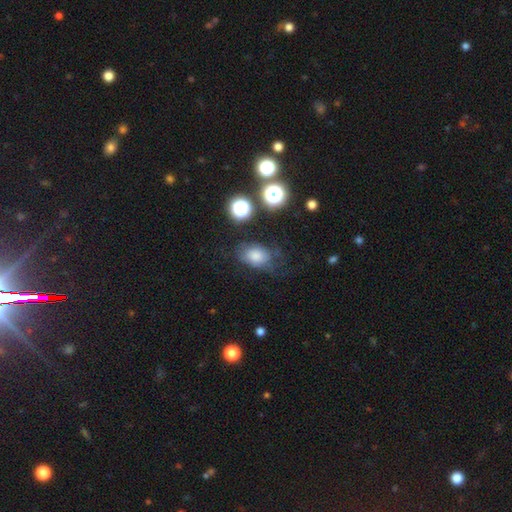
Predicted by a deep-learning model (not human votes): Overall: smooth (68%). How rounded: in between (77%). Merging: none (59%; minor disturbance 25%).